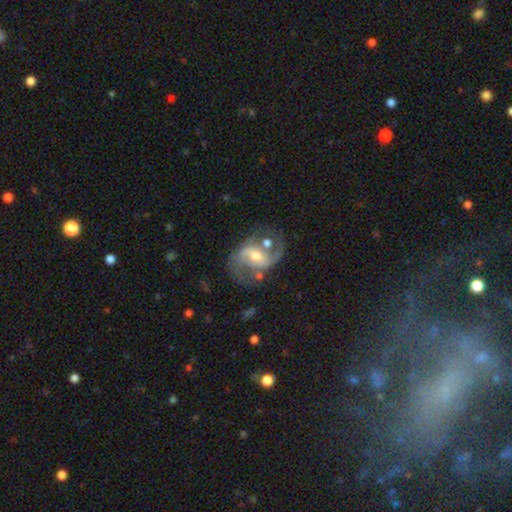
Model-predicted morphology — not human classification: A featured or disk galaxy (85%) with a weak bar (44%), 2 (90%) medium (50%) spiral arms (93%) and a moderate central bulge (61%). Merging: none (61%).